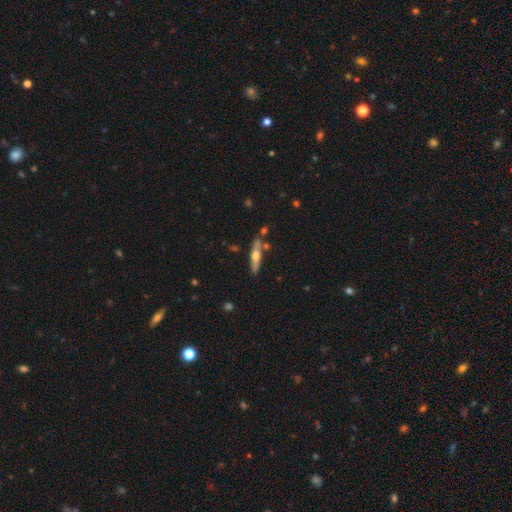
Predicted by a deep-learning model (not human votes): featured or disk 52%, smooth 42%, star or artifact 6%. Down the decision tree: edge-on disk — yes (88%); merging — none (73%).